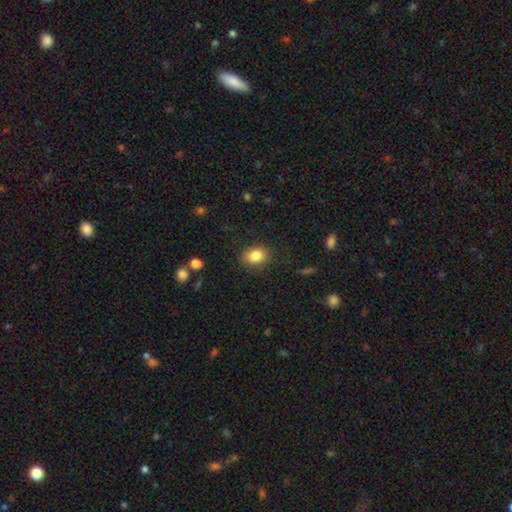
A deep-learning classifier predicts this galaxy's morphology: A smooth galaxy with no disk features (85%) that is in between round and cigar-shaped (67%). Merging: none (85%).